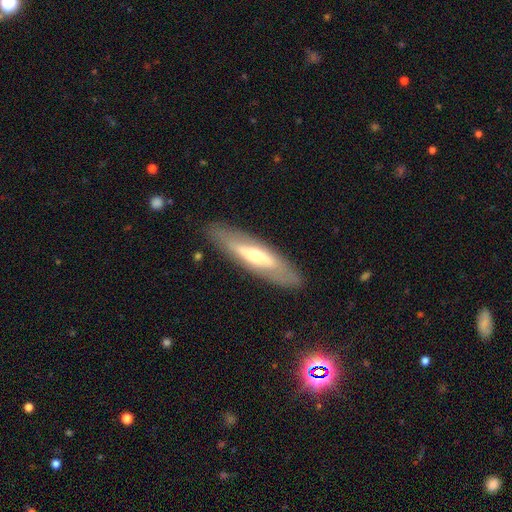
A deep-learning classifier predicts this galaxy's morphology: A featured or disk galaxy (59%) viewed edge-on (51%).

Vote fractions:
- Smooth or featured? featured or disk: 59% / smooth: 36% / star or artifact: 6%
- Edge-on disk? yes: 51% / no: 49%
- Merging? none: 85% / minor disturbance: 11% / major disturbance: 3% / merger: 1%